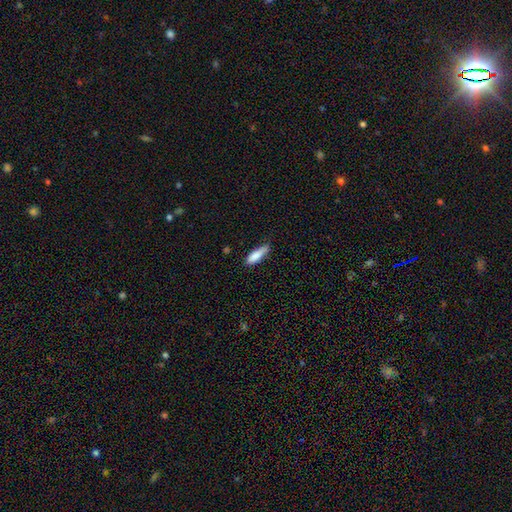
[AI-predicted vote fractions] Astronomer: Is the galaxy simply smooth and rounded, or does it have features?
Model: smooth — 84%.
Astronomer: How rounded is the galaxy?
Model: cigar-shaped — 55% (runner-up: in between, 43%).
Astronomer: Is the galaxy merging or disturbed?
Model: none — 58%.